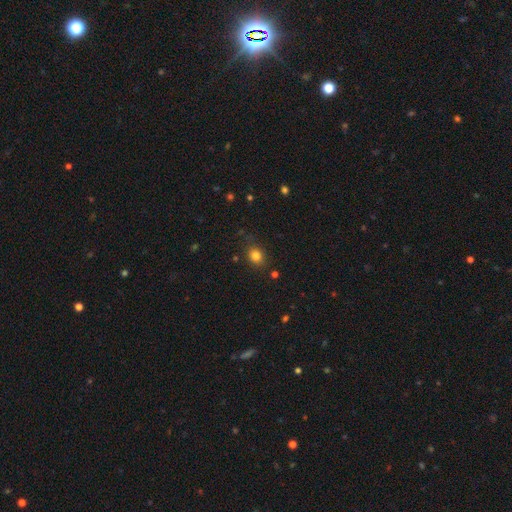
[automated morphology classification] Smooth or featured? Predicted: smooth (p=0.81). How rounded? Predicted: round (p=0.57). Merging? Predicted: none (p=0.82).